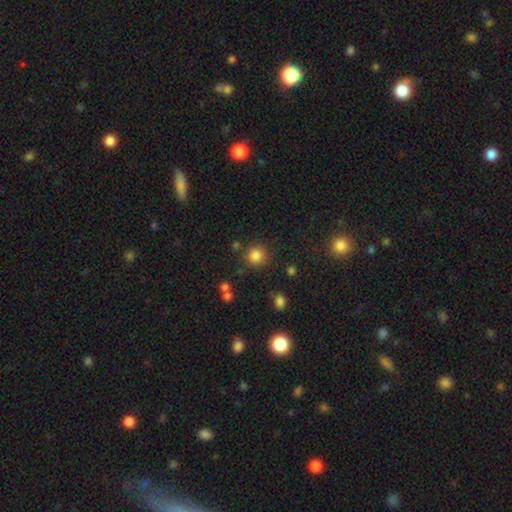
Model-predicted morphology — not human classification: This is clearly a smooth galaxy (83%). How rounded: clearly round (92%). Merging: clearly none (83%).